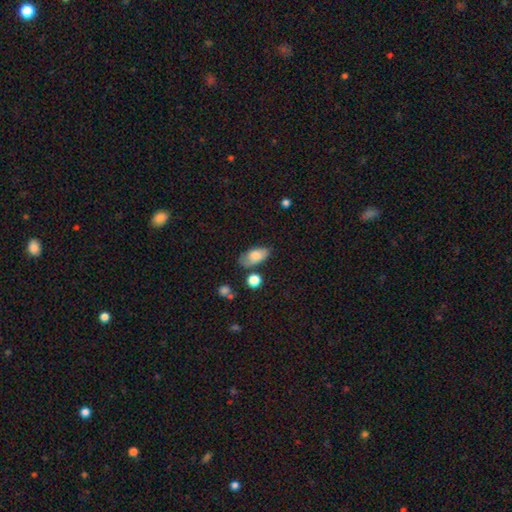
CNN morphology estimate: smooth-or-featured: smooth: 74% | featured or disk: 18% | star or artifact: 8%
  how-rounded: in between: 90% | cigar-shaped: 6% | round: 4%
  merging: none: 65% | minor disturbance: 23% | major disturbance: 6% | merger: 6%